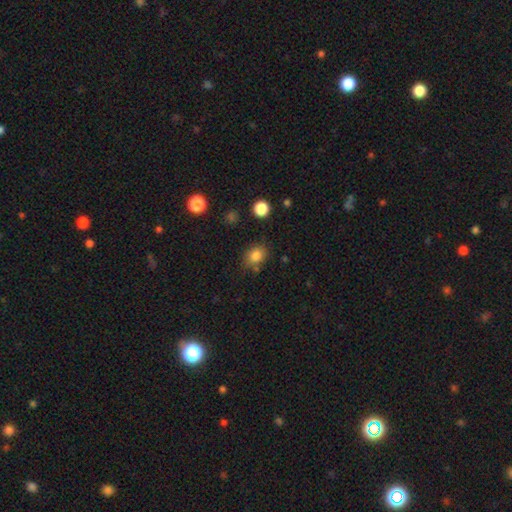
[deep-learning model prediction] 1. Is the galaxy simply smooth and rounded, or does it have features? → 83% smooth, 11% star or artifact, 6% featured or disk.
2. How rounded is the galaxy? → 61% in between, 38% round, 1% cigar-shaped.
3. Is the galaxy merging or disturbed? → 74% none, 16% minor disturbance, 5% merger, 5% major disturbance.